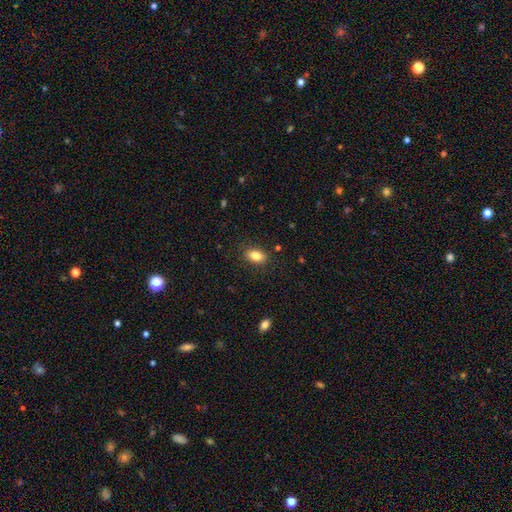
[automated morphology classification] A smooth galaxy with no disk features (84%) that is in between round and cigar-shaped (88%).

Vote fractions:
- Smooth or featured? smooth: 84% / star or artifact: 8% / featured or disk: 7%
- How rounded? in between: 88% / round: 9% / cigar-shaped: 3%
- Merging? none: 86% / minor disturbance: 10% / major disturbance: 3% / merger: 1%